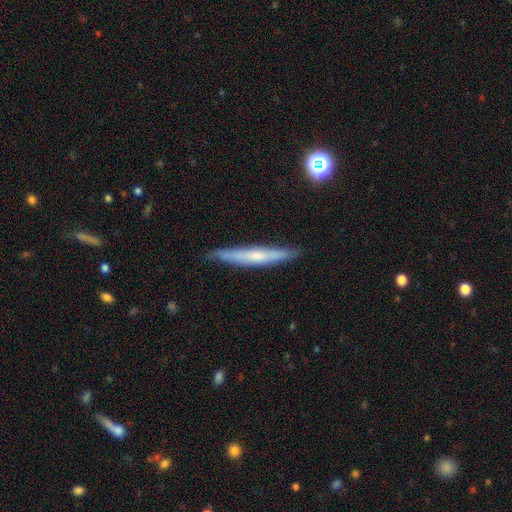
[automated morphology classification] Q: Smooth or featured?
A: featured or disk (48%); runner-up: smooth (45%)
Q: Merging?
A: none (86%); runner-up: minor disturbance (11%)